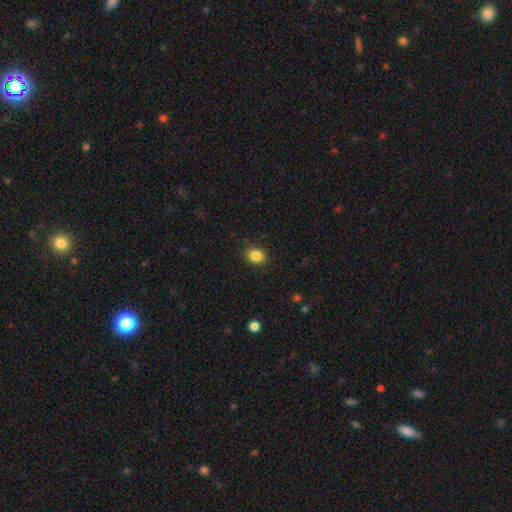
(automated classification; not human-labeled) Morphology: type=smooth (86%); roundness=round (51%); merging=none (88%).